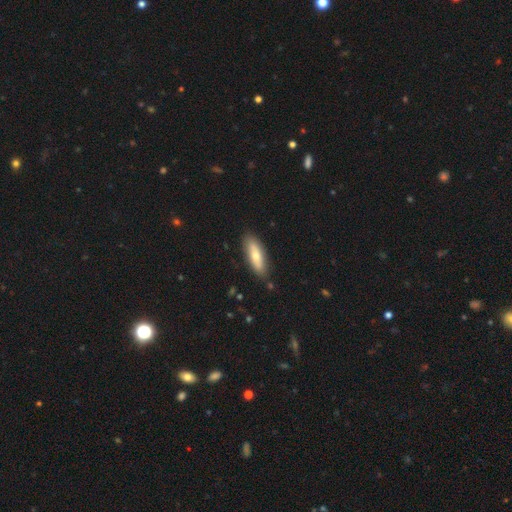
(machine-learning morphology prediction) Smooth or featured: smooth — 69% (featured or disk — 26%)
How rounded: in between — 54% (cigar-shaped — 44%)
Merging: none — 84% (minor disturbance — 12%)